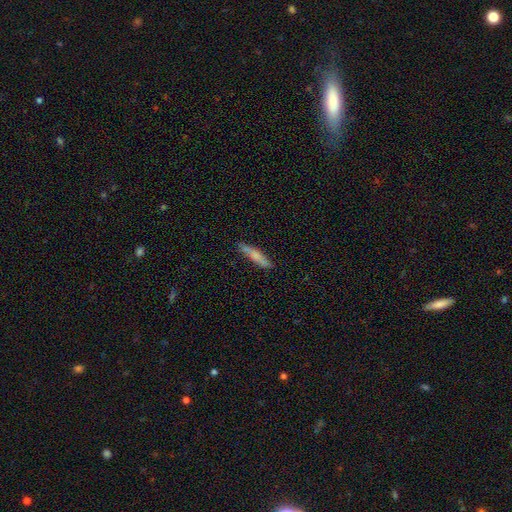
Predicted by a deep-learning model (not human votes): smooth_or_featured: smooth (p=0.69) [alt: featured or disk p=0.25]
how_rounded: cigar-shaped (p=0.90) [alt: in between p=0.08]
merging: none (p=0.85) [alt: minor disturbance p=0.11]